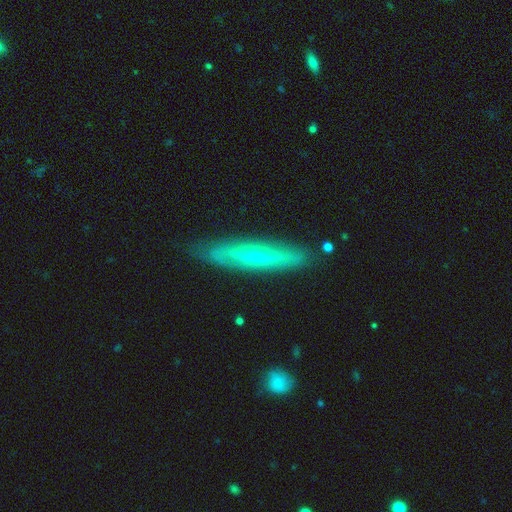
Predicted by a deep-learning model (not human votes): Smooth or featured? featured or disk (71%)
Edge-on disk? yes (76%)
Edge-on bulge? rounded (80%)
Merging? none (83%)